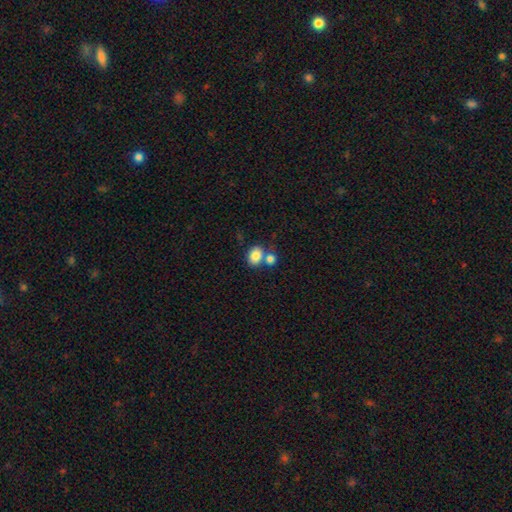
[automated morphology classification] This is clearly a smooth galaxy (84%). How rounded: likely in between (61%). Merging: possibly none (49%).